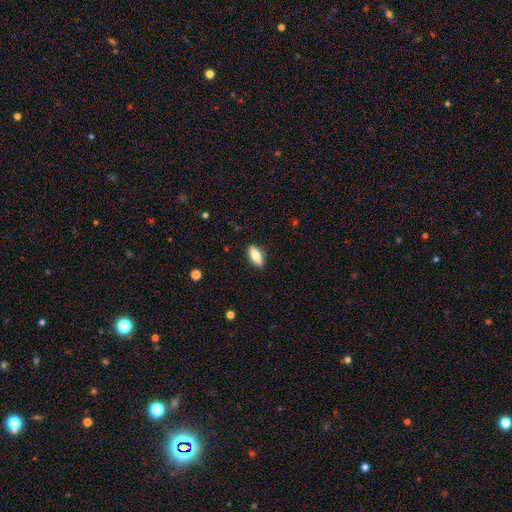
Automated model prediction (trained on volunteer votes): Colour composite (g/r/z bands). It shows a smooth galaxy with no disk features (78%) that is in between round and cigar-shaped (81%). Merging: none (87%).